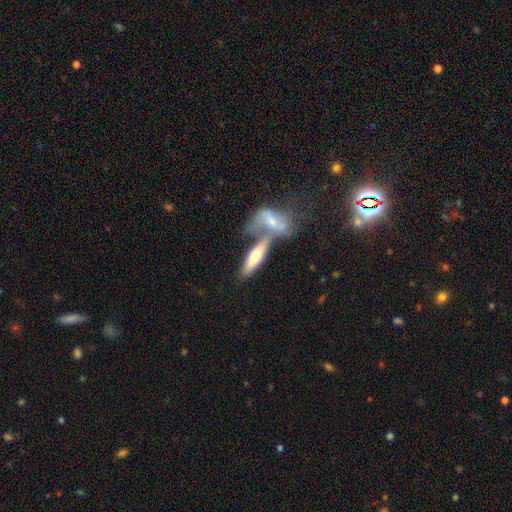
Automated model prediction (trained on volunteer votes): Morphology: type=smooth (53%); roundness=cigar-shaped (59%); merging=merger (50%).